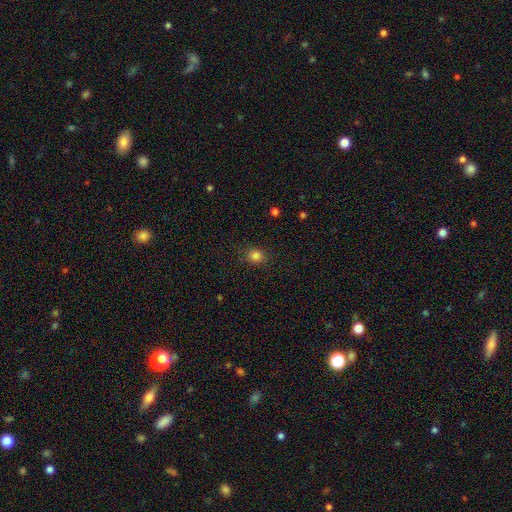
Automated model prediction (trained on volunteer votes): Smooth or featured?
  - smooth: 83% *
  - star or artifact: 13%
  - featured or disk: 4%
How rounded?
  - round: 78% *
  - in between: 21%
  - cigar-shaped: 1%
Merging?
  - none: 87% *
  - minor disturbance: 9%
  - major disturbance: 3%
  - merger: 1%